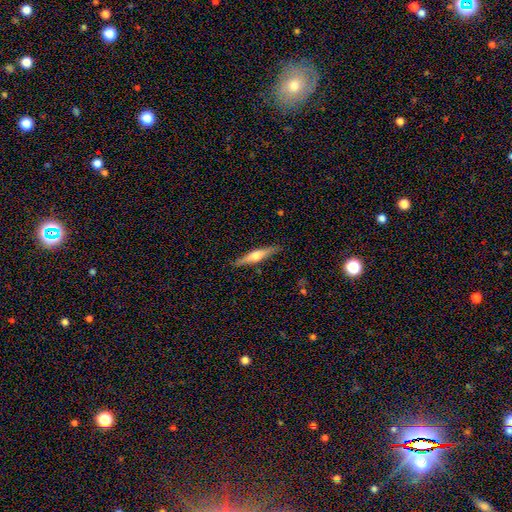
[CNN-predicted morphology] Smooth or featured? Predicted: featured or disk (p=0.54). Edge-on disk? Predicted: yes (p=0.95). Edge-on bulge? Predicted: rounded (p=0.88). Merging? Predicted: none (p=0.87).